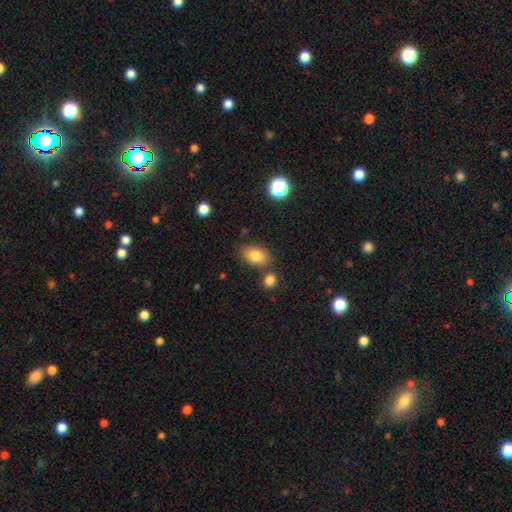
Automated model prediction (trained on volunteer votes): The model was most divided on "merging": none: 74%, minor disturbance: 13%, merger: 9%, major disturbance: 4%. More confident: how rounded — in between (86%); smooth or featured — smooth (82%).